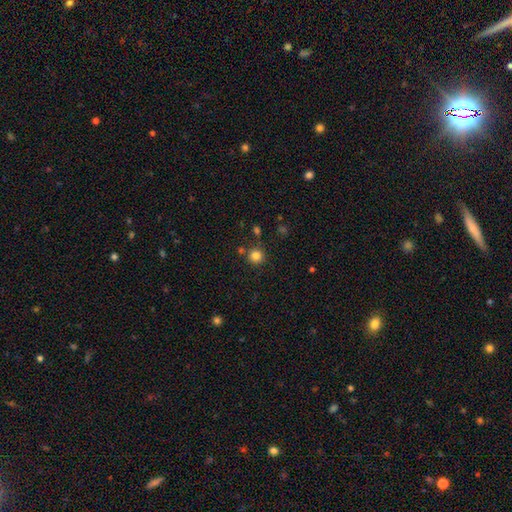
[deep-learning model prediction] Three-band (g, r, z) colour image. It shows a smooth galaxy with no disk features (82%) that is round (93%). Merging: none (80%).